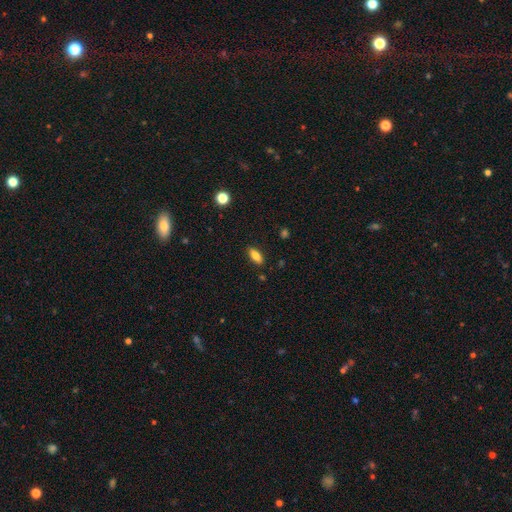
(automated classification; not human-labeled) smooth-or-featured: smooth: 82% | featured or disk: 9% | star or artifact: 8%
  how-rounded: in between: 83% | cigar-shaped: 14% | round: 3%
  merging: none: 87% | minor disturbance: 9% | major disturbance: 2% | merger: 1%